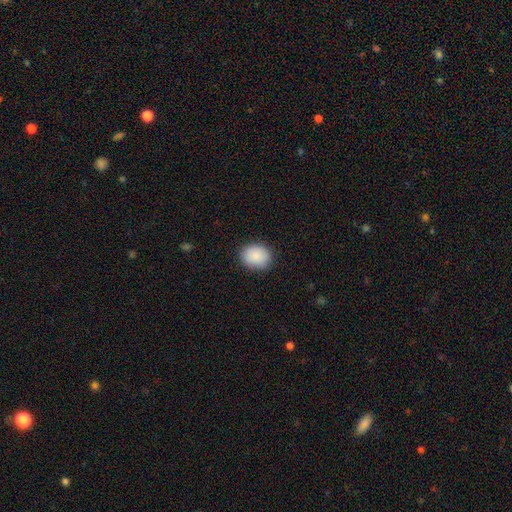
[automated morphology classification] smooth-or-featured: smooth: 87% | star or artifact: 7% | featured or disk: 6%
  how-rounded: round: 55% | in between: 44% | cigar-shaped: 1%
  merging: none: 85% | minor disturbance: 11% | major disturbance: 3% | merger: 1%